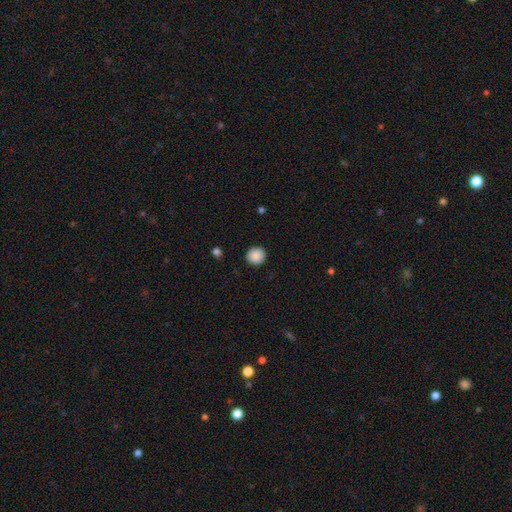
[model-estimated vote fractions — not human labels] Smooth or featured?
  - smooth: 89% *
  - star or artifact: 8%
  - featured or disk: 3%
How rounded?
  - round: 93% *
  - in between: 6%
  - cigar-shaped: 1%
Merging?
  - none: 92% *
  - minor disturbance: 6%
  - major disturbance: 2%
  - merger: 1%